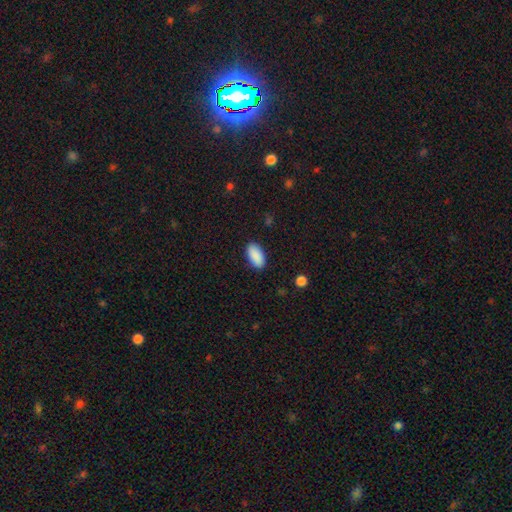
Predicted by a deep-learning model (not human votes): Overall: smooth (90%). How rounded: in between (94%). Merging: none (87%).